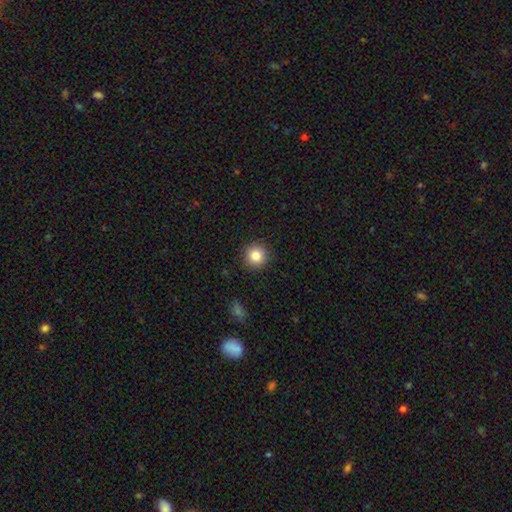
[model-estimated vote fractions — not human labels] smooth_or_featured: smooth (p=0.85) [alt: star or artifact p=0.10]
how_rounded: round (p=0.94) [alt: in between p=0.05]
merging: none (p=0.91) [alt: minor disturbance p=0.06]